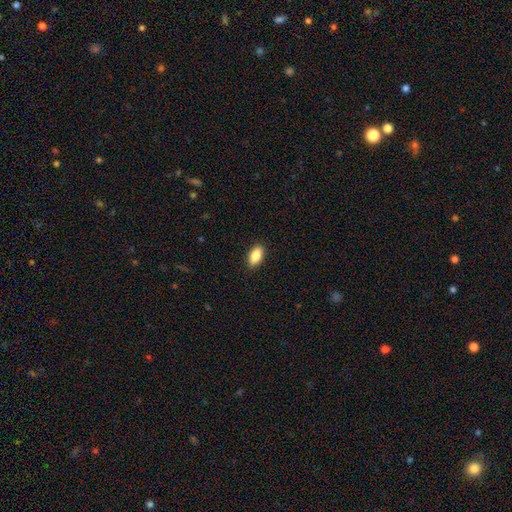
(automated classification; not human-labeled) A smooth galaxy with no disk features (87%) that is in between round and cigar-shaped (91%).

Vote fractions:
- Smooth or featured? smooth: 87% / star or artifact: 7% / featured or disk: 6%
- How rounded? in between: 91% / cigar-shaped: 5% / round: 3%
- Merging? none: 90% / minor disturbance: 8% / major disturbance: 2% / merger: 1%